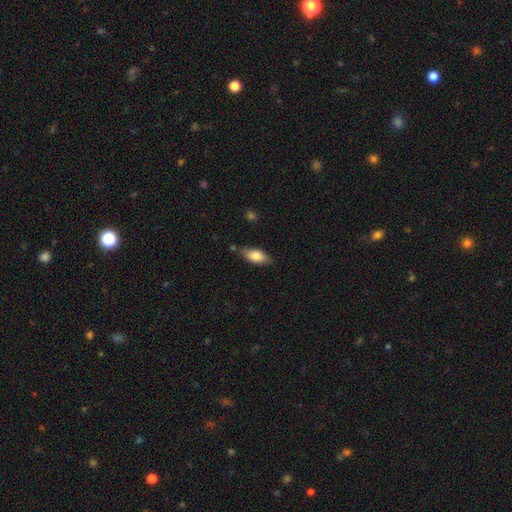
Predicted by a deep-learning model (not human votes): Q: Smooth or featured?
A: smooth (80%); runner-up: featured or disk (13%)
Q: How rounded?
A: in between (84%); runner-up: cigar-shaped (13%)
Q: Merging?
A: none (74%); runner-up: minor disturbance (18%)